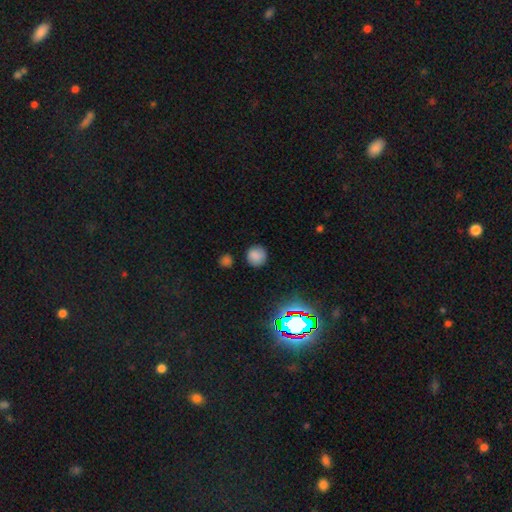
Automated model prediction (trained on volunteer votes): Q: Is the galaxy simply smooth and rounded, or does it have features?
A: smooth — 78%.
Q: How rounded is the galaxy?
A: round — 92%.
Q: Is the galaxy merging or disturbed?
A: none — 86%.